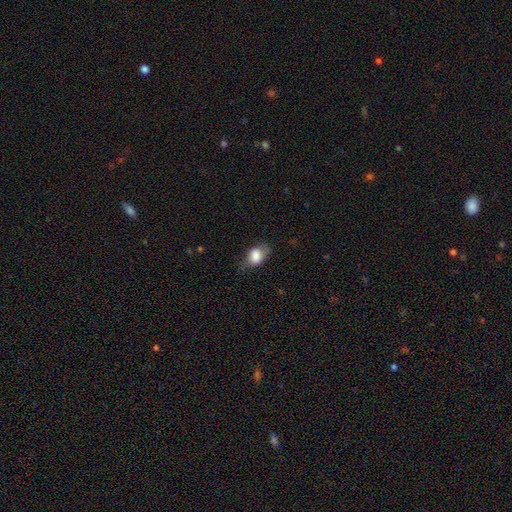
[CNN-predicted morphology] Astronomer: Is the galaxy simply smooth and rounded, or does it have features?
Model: smooth — 77%.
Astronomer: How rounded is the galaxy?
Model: in between — 79%.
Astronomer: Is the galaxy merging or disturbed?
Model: none — 61%.